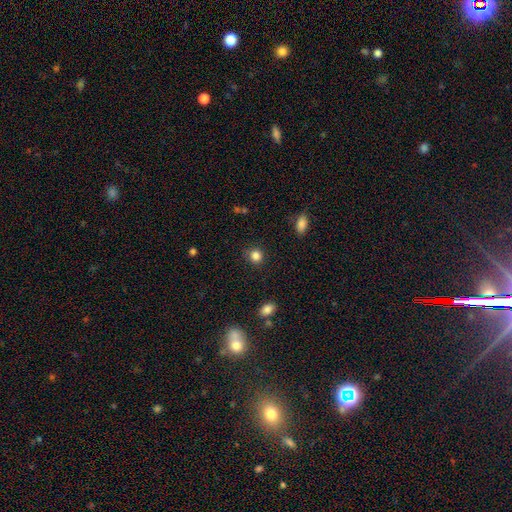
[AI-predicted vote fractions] A smooth galaxy with no disk features (85%) that is round (86%). Merging: none (84%).